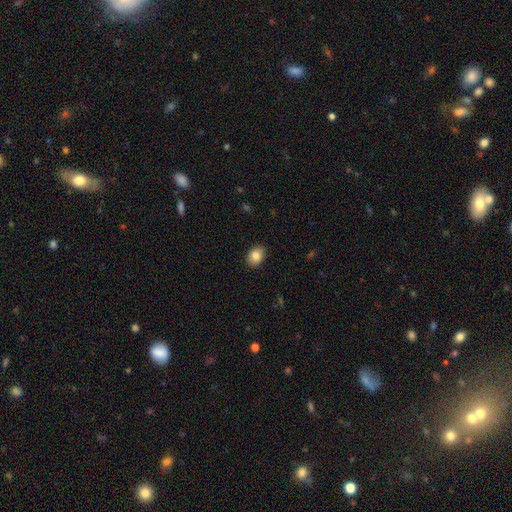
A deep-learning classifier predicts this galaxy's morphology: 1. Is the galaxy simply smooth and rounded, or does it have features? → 85% smooth, 8% star or artifact, 7% featured or disk.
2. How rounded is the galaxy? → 71% in between, 28% round, 1% cigar-shaped.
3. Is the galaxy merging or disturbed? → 88% none, 9% minor disturbance, 2% major disturbance, 1% merger.